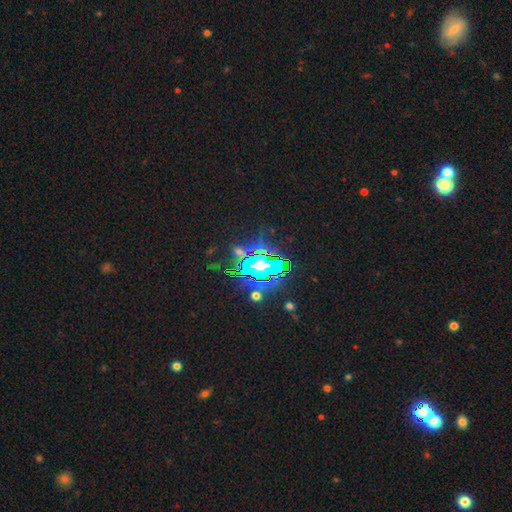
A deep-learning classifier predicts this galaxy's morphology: Smooth or featured?
  - star or artifact: 79% *
  - smooth: 12%
  - featured or disk: 9%